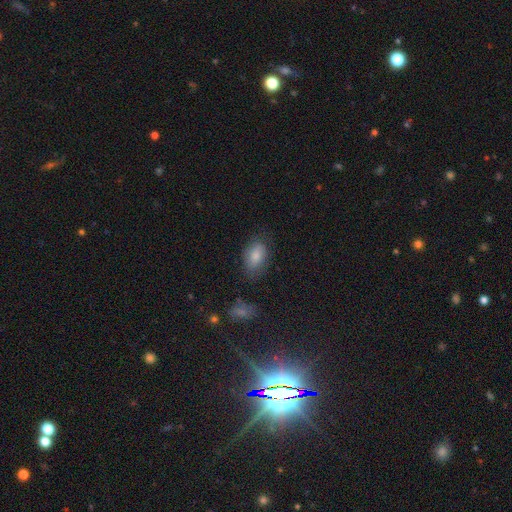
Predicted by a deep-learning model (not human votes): Smooth or featured? Predicted: smooth (p=0.82). How rounded? Predicted: in between (p=0.90). Merging? Predicted: none (p=0.69).